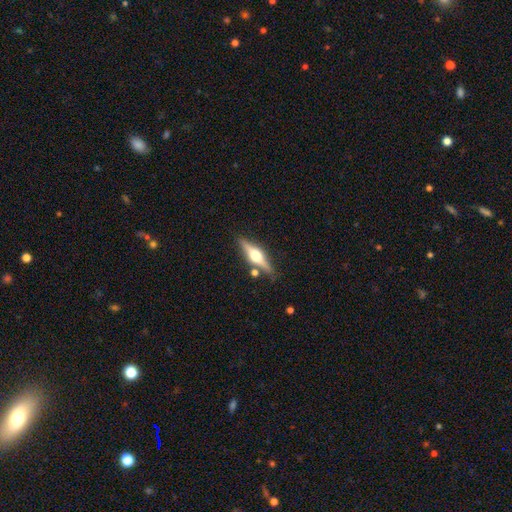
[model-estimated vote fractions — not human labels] Overall: featured or disk (73%). Edge-on disk: yes (97%). Edge-on bulge: rounded (95%). Merging: none (82%).